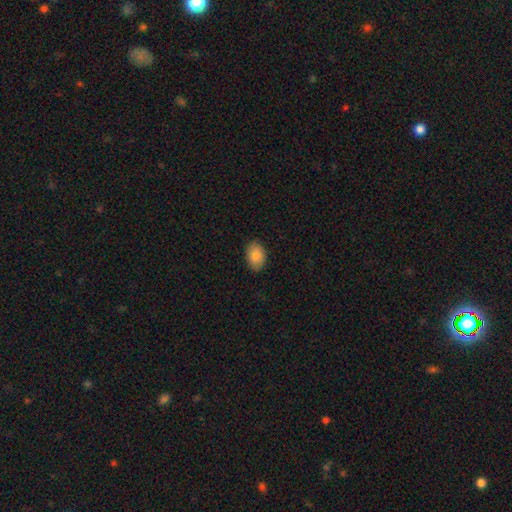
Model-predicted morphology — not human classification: smooth 88%, star or artifact 7%, featured or disk 5%. Down the decision tree: how rounded — in between (88%); merging — none (86%).